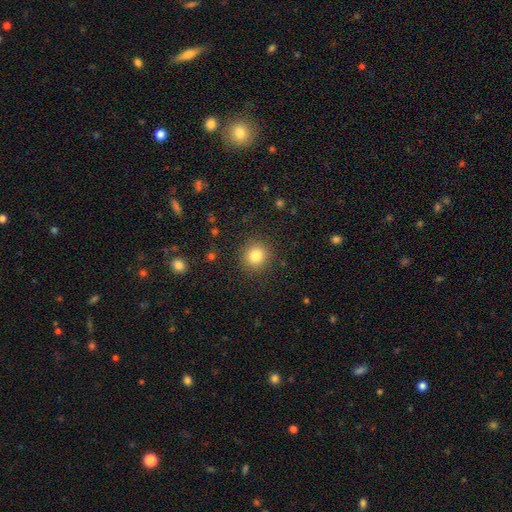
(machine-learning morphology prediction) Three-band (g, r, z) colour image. It shows a smooth galaxy with no disk features (82%) that is round (91%). Merging: none (89%).